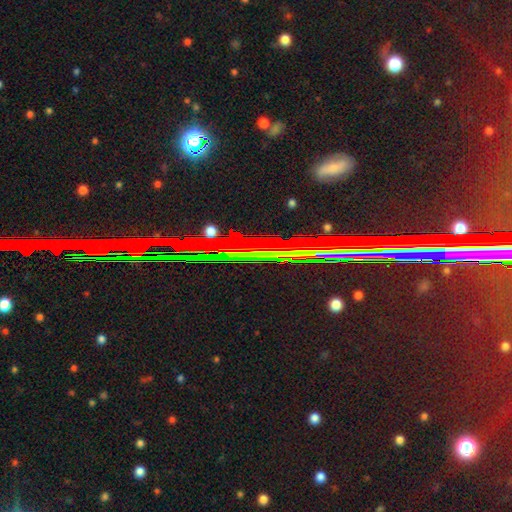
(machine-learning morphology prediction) smooth_or_featured: star or artifact (p=0.82) [alt: featured or disk p=0.09]